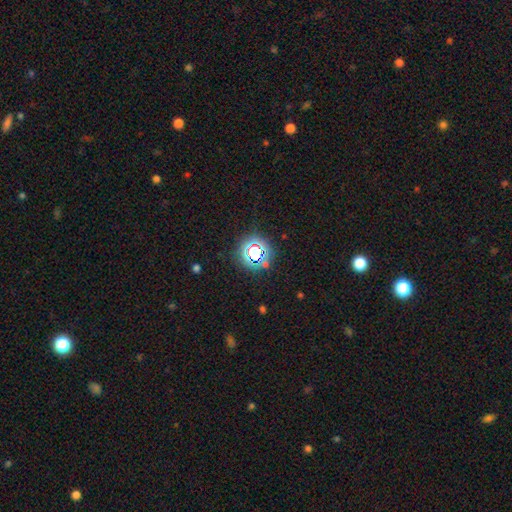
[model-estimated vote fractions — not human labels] Smooth or featured? Predicted: star or artifact (p=0.72).